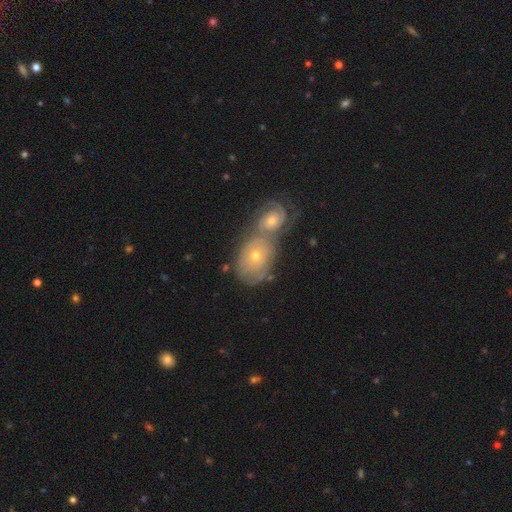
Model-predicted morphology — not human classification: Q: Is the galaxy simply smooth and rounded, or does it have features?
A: featured or disk — 68%.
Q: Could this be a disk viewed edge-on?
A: no — 94%.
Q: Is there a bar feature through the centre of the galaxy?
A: no — 81%.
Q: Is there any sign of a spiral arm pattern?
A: yes — 83%.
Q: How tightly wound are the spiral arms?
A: tight — 72%.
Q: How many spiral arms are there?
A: can't tell — 51%.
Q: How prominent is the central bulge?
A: small — 53%.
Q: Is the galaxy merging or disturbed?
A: merger — 64%.